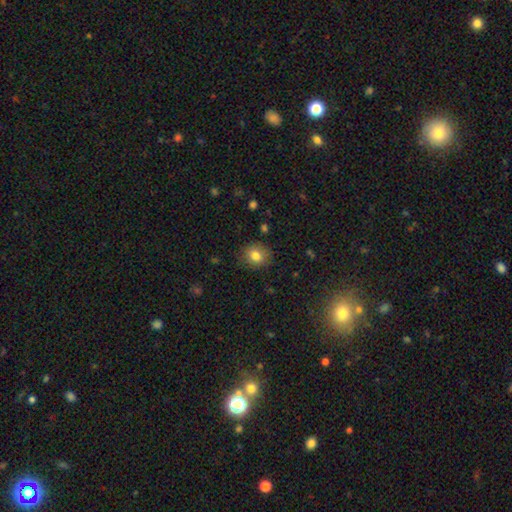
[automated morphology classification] This appears to be a smooth galaxy with no disk features (81%) that is round (74%). Merging: none (84%).